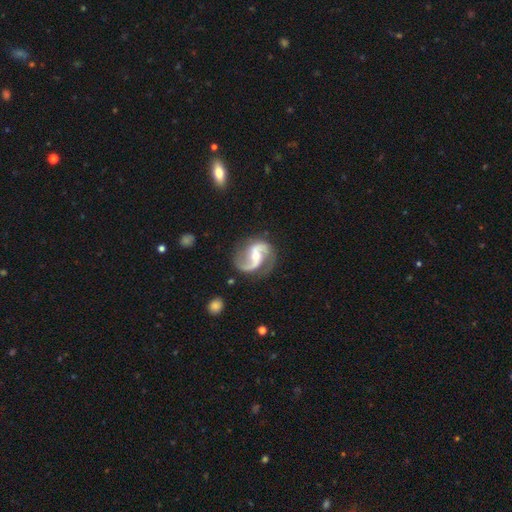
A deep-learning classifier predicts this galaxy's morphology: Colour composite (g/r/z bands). It shows a featured or disk galaxy (92%) with a weak bar (41%), 2 (92%) loose (46%) spiral arms (98%) and a moderate central bulge (57%). Merging: none (77%).